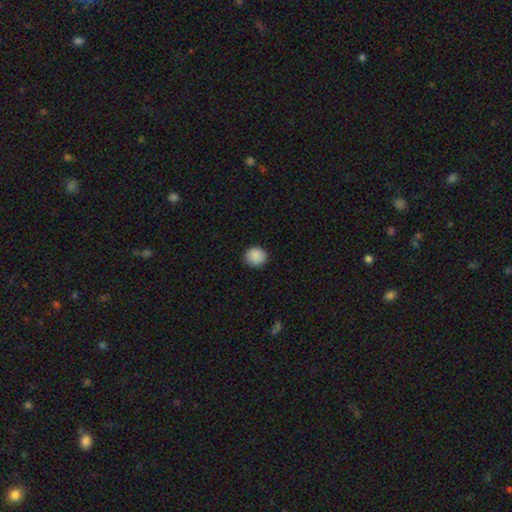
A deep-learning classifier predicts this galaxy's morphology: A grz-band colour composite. It shows a smooth galaxy with no disk features (89%) that is round (82%). Merging: none (88%).